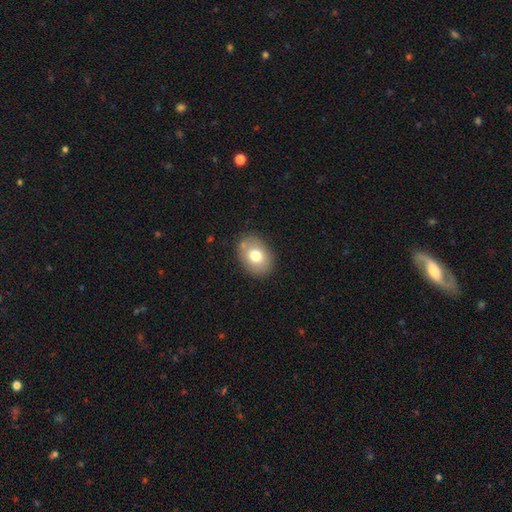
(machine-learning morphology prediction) smooth 74%, featured or disk 18%, star or artifact 9%. Down the decision tree: how rounded — in between (72%); merging — none (82%).